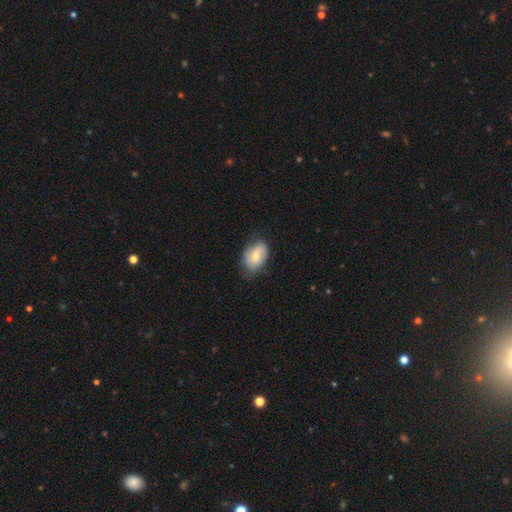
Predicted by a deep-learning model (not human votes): Smooth or featured: smooth — 70% (featured or disk — 23%)
How rounded: in between — 82% (round — 17%)
Merging: none — 68% (minor disturbance — 25%)